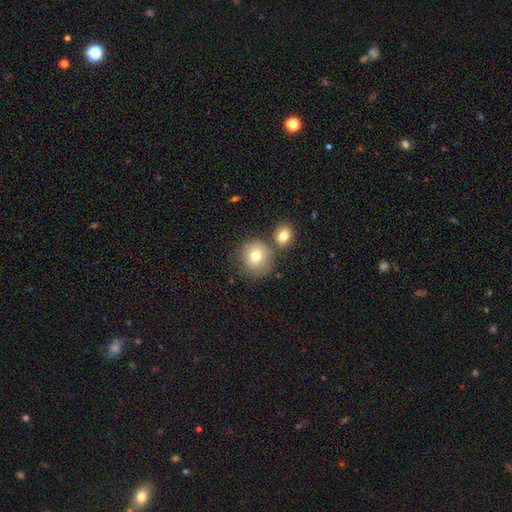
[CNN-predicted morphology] Smooth or featured: smooth — 75% (featured or disk — 14%)
How rounded: round — 88% (in between — 11%)
Merging: none — 63% (merger — 21%)